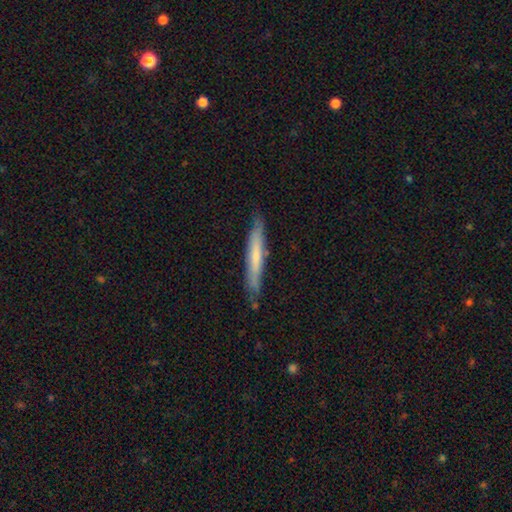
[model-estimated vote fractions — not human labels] Smooth or featured? Predicted: smooth (p=0.53). How rounded? Predicted: cigar-shaped (p=0.95). Merging? Predicted: none (p=0.82).